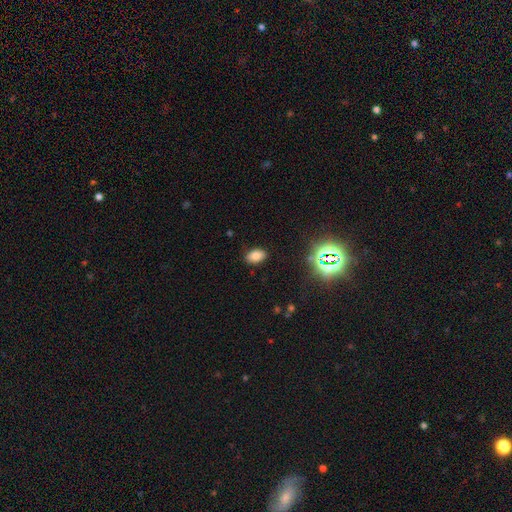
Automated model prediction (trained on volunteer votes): A smooth galaxy with no disk features (78%) that is in between round and cigar-shaped (88%).

Vote fractions:
- Smooth or featured? smooth: 78% / star or artifact: 15% / featured or disk: 7%
- How rounded? in between: 88% / round: 11% / cigar-shaped: 1%
- Merging? none: 86% / minor disturbance: 10% / major disturbance: 3% / merger: 1%